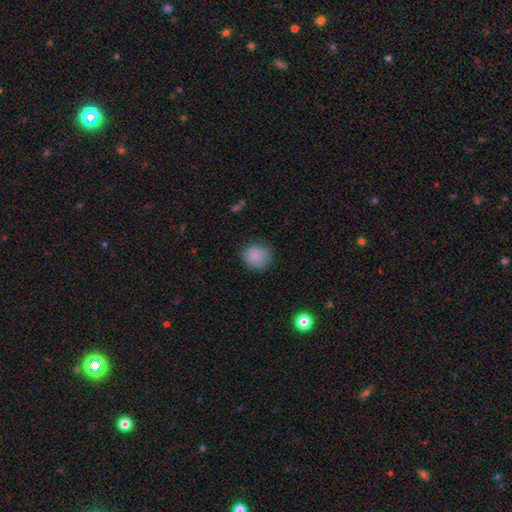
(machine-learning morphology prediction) Smooth or featured? Predicted: smooth (p=0.87). How rounded? Predicted: round (p=0.87). Merging? Predicted: none (p=0.84).